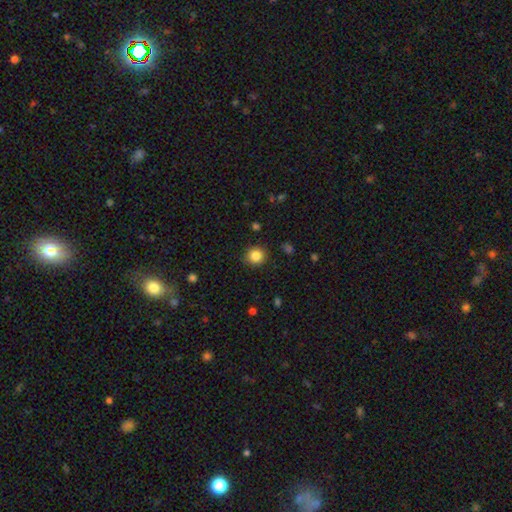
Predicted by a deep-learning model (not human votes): A smooth galaxy with no disk features (85%) that is round (90%). Merging: none (89%).